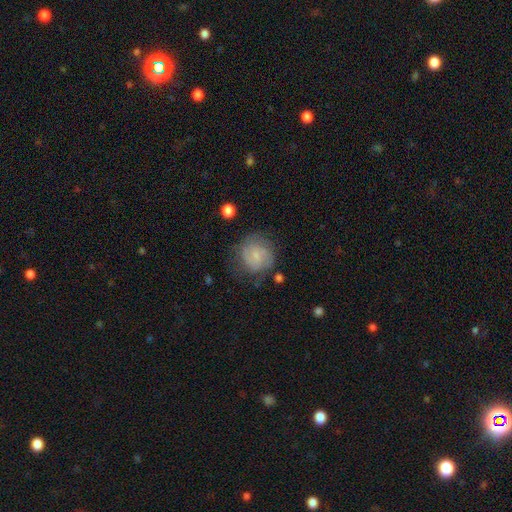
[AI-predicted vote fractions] This is possibly a smooth galaxy (48%). Merging: likely none (63%).